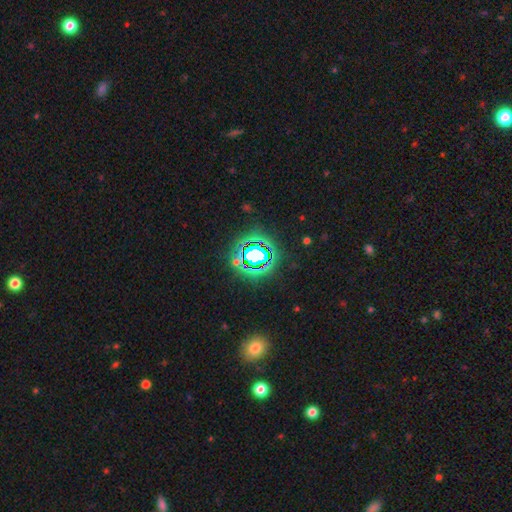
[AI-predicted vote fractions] Morphology: type=star or artifact (68%).